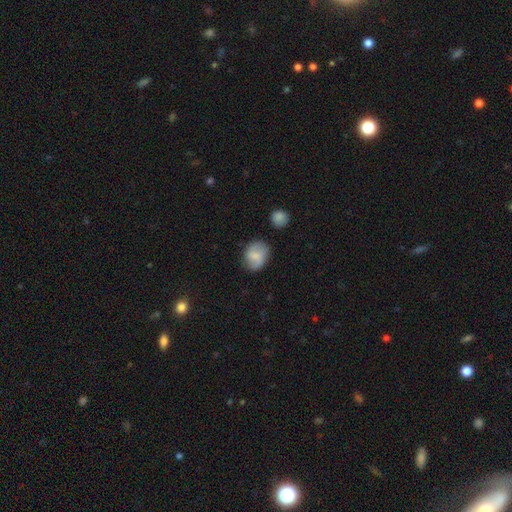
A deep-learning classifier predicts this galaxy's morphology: A smooth galaxy with no disk features (60%) that is round (49%, tied with in between).

Vote fractions:
- Smooth or featured? smooth: 60% / featured or disk: 32% / star or artifact: 8%
- How rounded? round: 49% (tied) / in between: 49% (tied) / cigar-shaped: 1%
- Merging? none: 73% / minor disturbance: 19% / major disturbance: 5% / merger: 3%